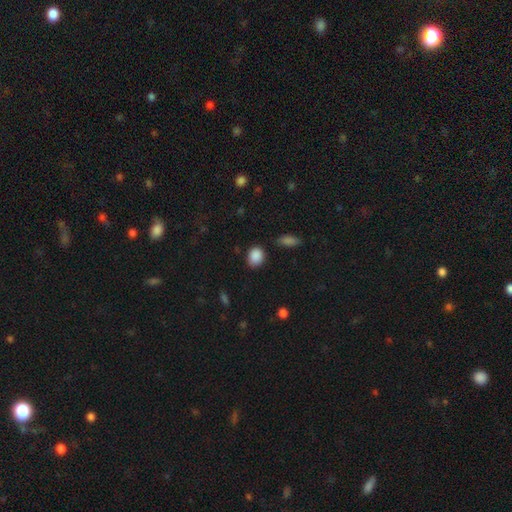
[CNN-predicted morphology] The model was most divided on "how rounded": round: 54%, in between: 45%, cigar-shaped: 1%. More confident: smooth or featured — smooth (88%); merging — none (80%).